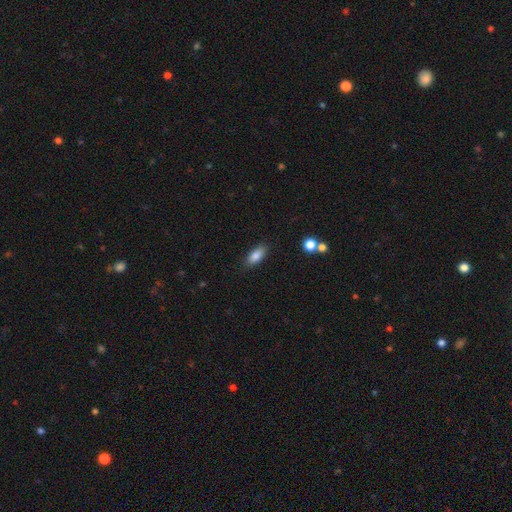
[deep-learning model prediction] smooth_or_featured: smooth (p=0.85) [alt: featured or disk p=0.08]
how_rounded: in between (p=0.80) [alt: cigar-shaped p=0.17]
merging: none (p=0.85) [alt: minor disturbance p=0.11]